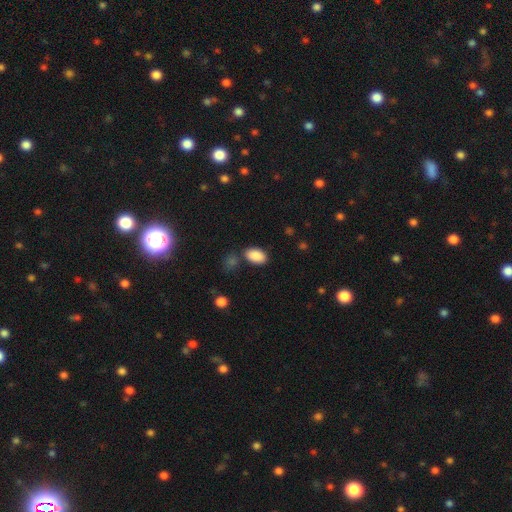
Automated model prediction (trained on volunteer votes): A smooth galaxy with no disk features (89%) that is in between round and cigar-shaped (92%).

Vote fractions:
- Smooth or featured? smooth: 89% / star or artifact: 7% / featured or disk: 4%
- How rounded? in between: 92% / round: 6% / cigar-shaped: 1%
- Merging? none: 77% / minor disturbance: 12% / merger: 7% / major disturbance: 4%